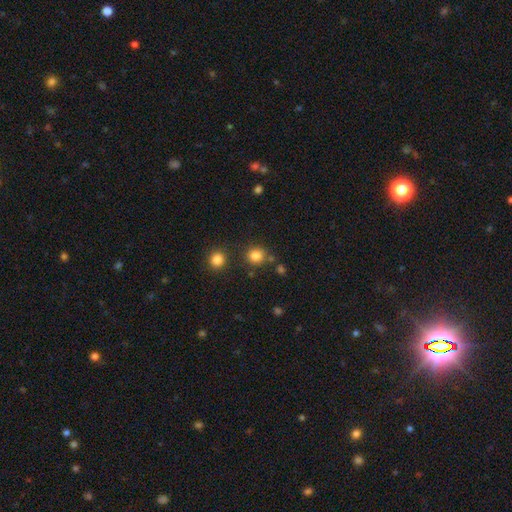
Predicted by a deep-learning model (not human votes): This appears to be a smooth galaxy with no disk features (83%) that is round (88%). Merging: none (81%).